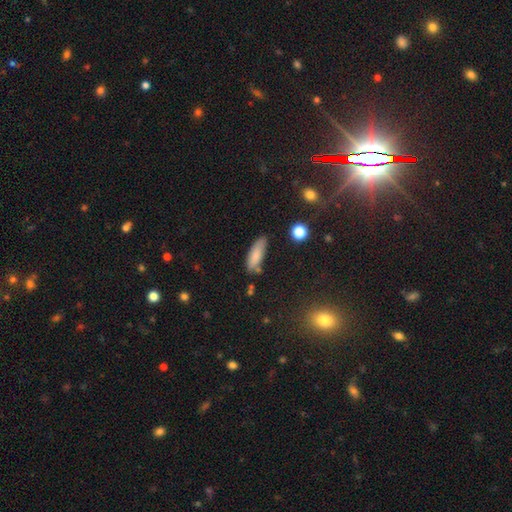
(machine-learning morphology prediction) Smooth or featured: smooth — 82% (featured or disk — 11%)
How rounded: in between — 60% (cigar-shaped — 38%)
Merging: none — 69% (minor disturbance — 20%)